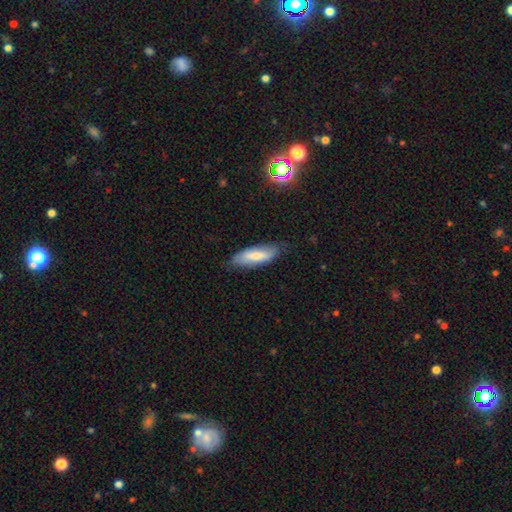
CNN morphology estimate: Q: Smooth or featured?
A: smooth (63%); runner-up: featured or disk (30%)
Q: How rounded?
A: in between (59%); runner-up: cigar-shaped (39%)
Q: Merging?
A: none (76%); runner-up: minor disturbance (19%)